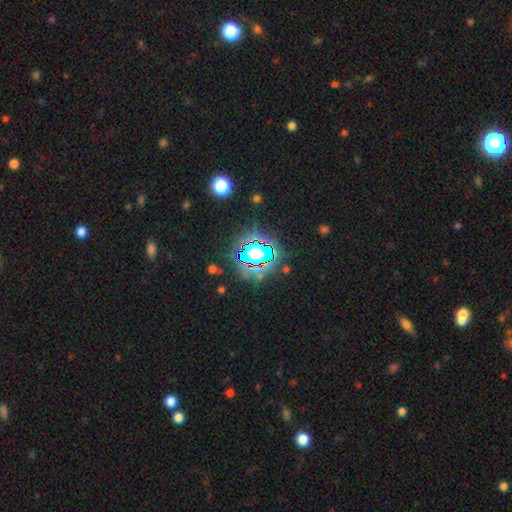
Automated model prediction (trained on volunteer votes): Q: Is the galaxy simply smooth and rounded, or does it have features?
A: star or artifact — 73%.